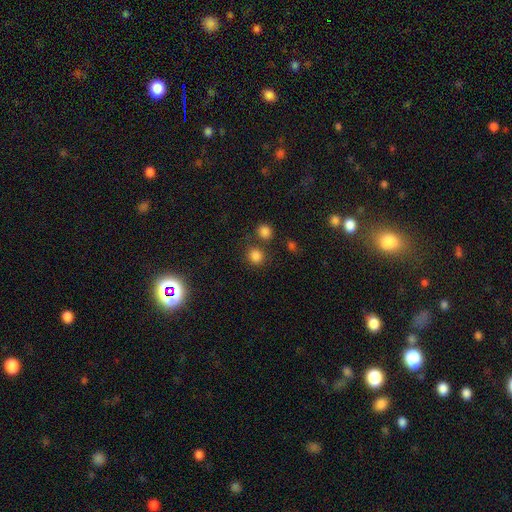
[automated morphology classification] Smooth or featured: smooth — 82% (star or artifact — 14%)
How rounded: round — 86% (in between — 13%)
Merging: none — 73% (merger — 14%)